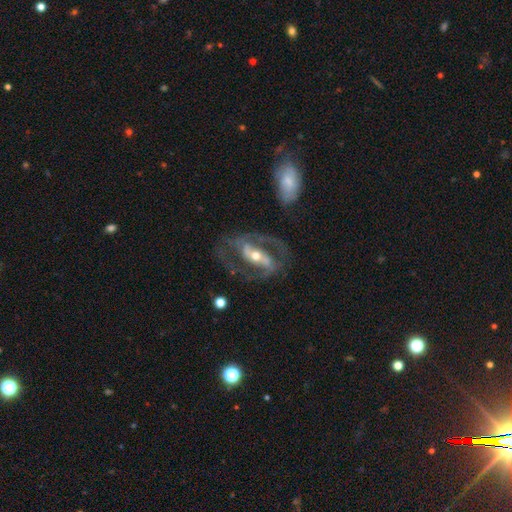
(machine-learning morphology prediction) Smooth or featured: featured or disk — 87% (smooth — 8%)
Edge-on disk: no — 93% (yes — 7%)
Bar: strong — 58% (weak — 25%)
Spiral arms: yes — 88% (no — 12%)
Spiral winding: medium — 54% (tight — 26%)
Spiral arm count: 2 — 89% (can't tell — 5%)
Bulge size: moderate — 61% (small — 32%)
Merging: none — 67% (major disturbance — 15%)